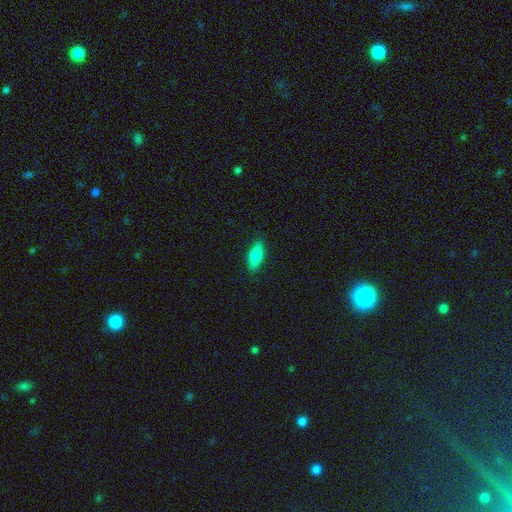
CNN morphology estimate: The model was most divided on "how rounded": in between: 66%, cigar-shaped: 31%, round: 2%. More confident: merging — none (86%); smooth or featured — smooth (76%).